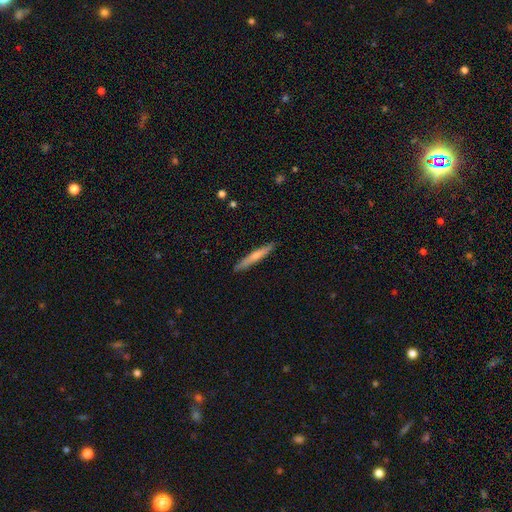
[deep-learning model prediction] smooth-or-featured: smooth: 56% | featured or disk: 38% | star or artifact: 6%
  how-rounded: cigar-shaped: 95% | in between: 4% | round: 1%
  merging: none: 88% | minor disturbance: 9% | major disturbance: 2% | merger: 1%